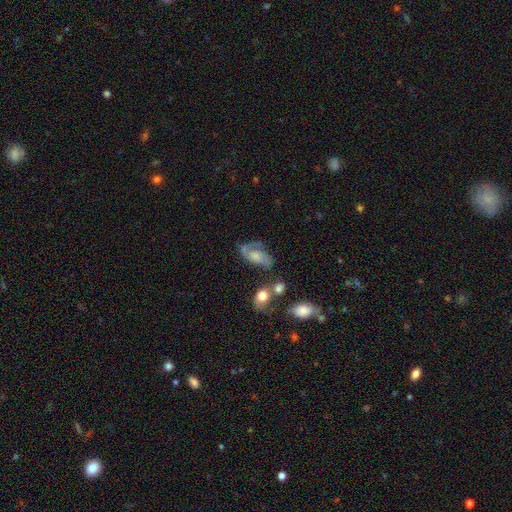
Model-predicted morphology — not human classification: The model was most divided on "bulge size": moderate: 33%, small: 32%, none: 22%, large: 11%, dominant: 2%. Remaining: edge-on disk — no (95%); spiral arms — yes (89%); spiral arm count — 2 (76%); smooth or featured — featured or disk (69%); bar — no (64%); merging — none (52%); spiral winding — medium (48%).